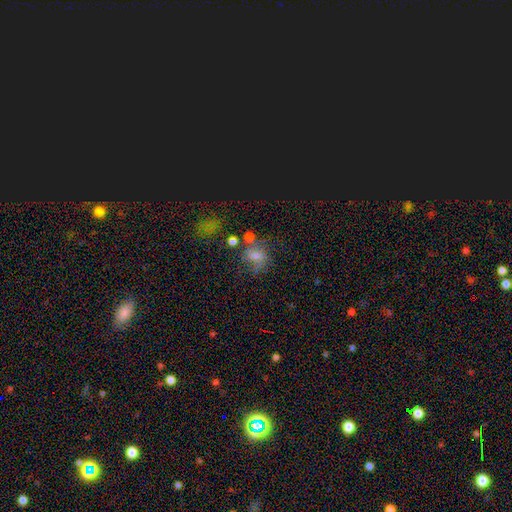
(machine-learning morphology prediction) smooth-or-featured: smooth: 52% | featured or disk: 30% | star or artifact: 18%
  how-rounded: round: 50% | in between: 48% | cigar-shaped: 2%
  merging: none: 40% | major disturbance: 22% | minor disturbance: 20% | merger: 18%